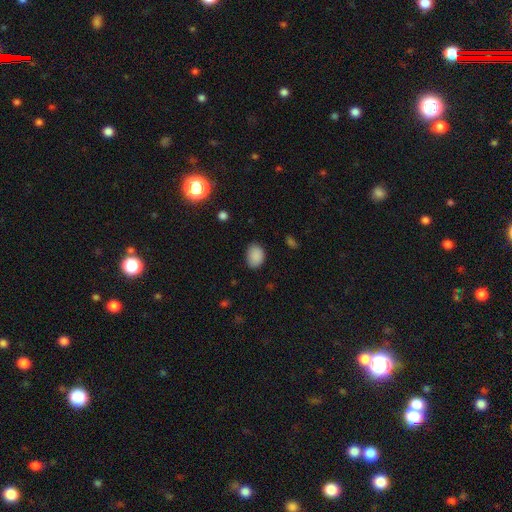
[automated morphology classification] smooth_or_featured: smooth (p=0.88) [alt: star or artifact p=0.08]
how_rounded: in between (p=0.71) [alt: round p=0.28]
merging: none (p=0.80) [alt: minor disturbance p=0.15]